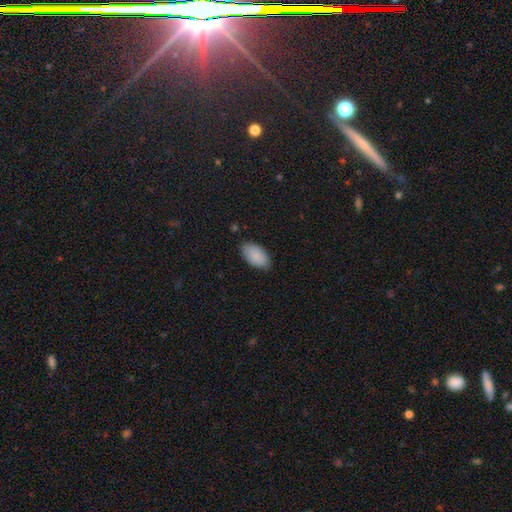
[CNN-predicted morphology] Smooth or featured?
  - smooth: 89% *
  - star or artifact: 6%
  - featured or disk: 5%
How rounded?
  - in between: 96% *
  - round: 3%
  - cigar-shaped: 2%
Merging?
  - none: 83% *
  - minor disturbance: 14%
  - major disturbance: 2%
  - merger: 1%